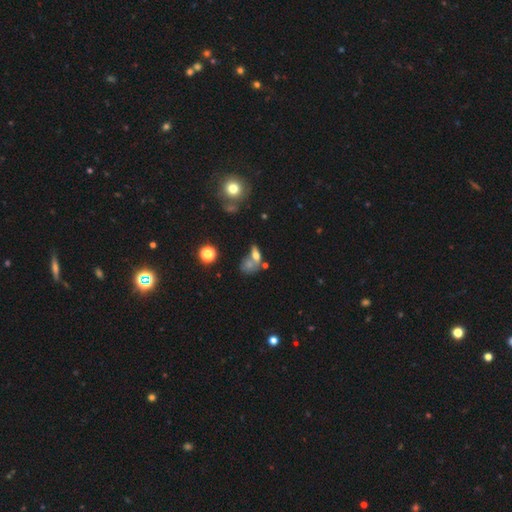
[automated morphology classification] Overall: smooth (55%; featured or disk 29%). How rounded: in between (69%). Merging: merger (43%; none 29%).